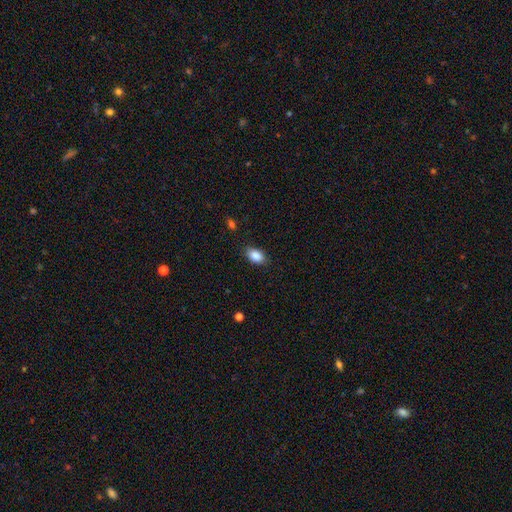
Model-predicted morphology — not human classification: type=smooth (88%); roundness=in between (89%); merging=none (86%).